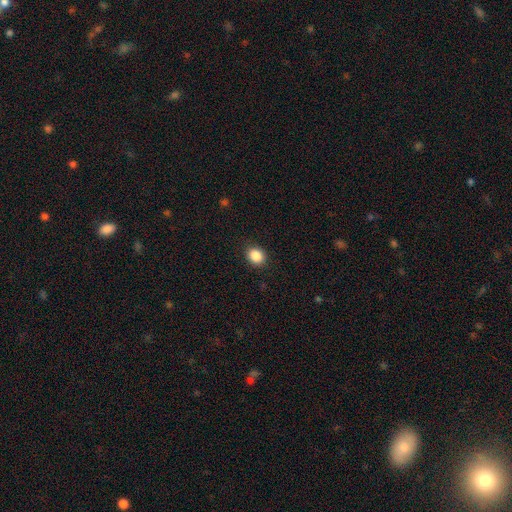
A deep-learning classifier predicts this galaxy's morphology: Smooth or featured?
  - smooth: 87% *
  - star or artifact: 9%
  - featured or disk: 3%
How rounded?
  - round: 61% *
  - in between: 38%
  - cigar-shaped: 1%
Merging?
  - none: 90% *
  - minor disturbance: 7%
  - major disturbance: 2%
  - merger: 1%